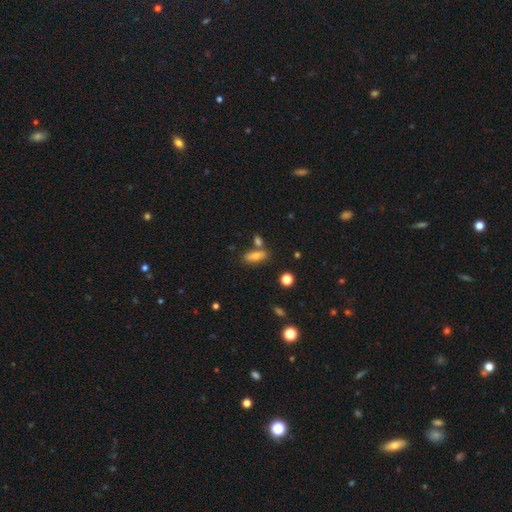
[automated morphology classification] Q: Smooth or featured?
A: smooth (75%); runner-up: featured or disk (16%)
Q: How rounded?
A: in between (68%); runner-up: cigar-shaped (27%)
Q: Merging?
A: none (65%); runner-up: merger (18%)